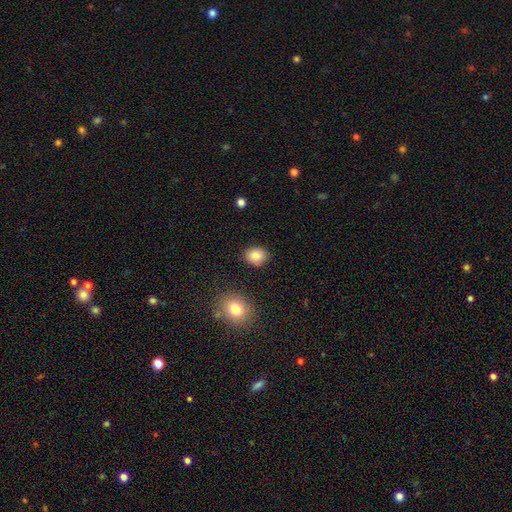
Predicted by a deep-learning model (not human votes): Smooth or featured: smooth — 82% (star or artifact — 10%)
How rounded: round — 60% (in between — 40%)
Merging: none — 88% (minor disturbance — 8%)